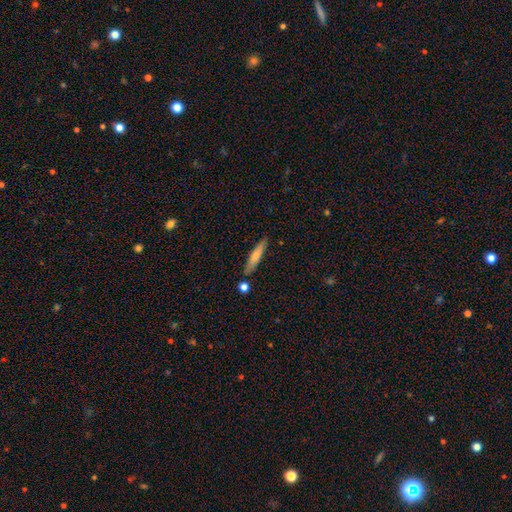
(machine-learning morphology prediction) A smooth galaxy with no disk features (63%) that is cigar-shaped (89%). Merging: none (83%).